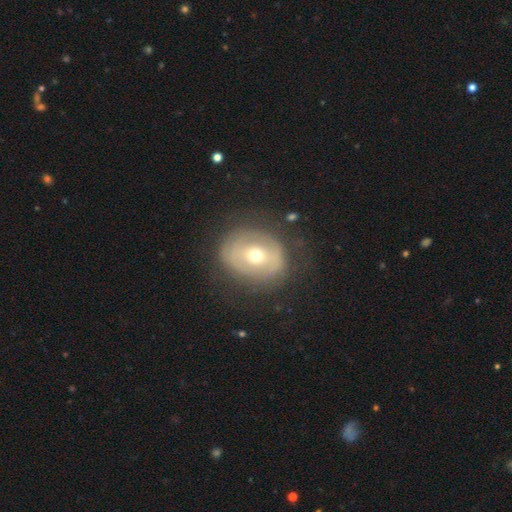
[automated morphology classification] Smooth or featured?
  - featured or disk: 57% *
  - smooth: 35%
  - star or artifact: 9%
Edge-on disk?
  - no: 94% *
  - yes: 6%
Bar?
  - no: 48% *
  - weak: 31%
  - strong: 21%
Spiral arms?
  - no: 66% *
  - yes: 34%
Bulge size?
  - moderate: 65% *
  - small: 28%
  - large: 5%
  - dominant: 1%
  - none: 1%
Merging?
  - none: 76% *
  - minor disturbance: 15%
  - major disturbance: 8%
  - merger: 1%